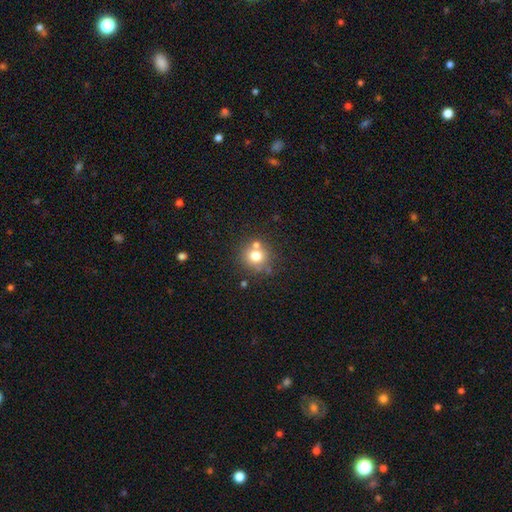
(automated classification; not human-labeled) Q: Smooth or featured?
A: smooth (73%); runner-up: featured or disk (14%)
Q: How rounded?
A: round (88%); runner-up: in between (11%)
Q: Merging?
A: none (65%); runner-up: merger (21%)